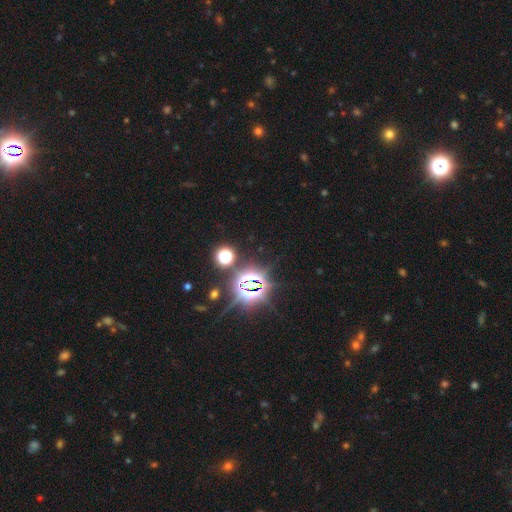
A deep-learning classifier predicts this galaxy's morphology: This is clearly a star or artifact rather than a galaxy (80%).